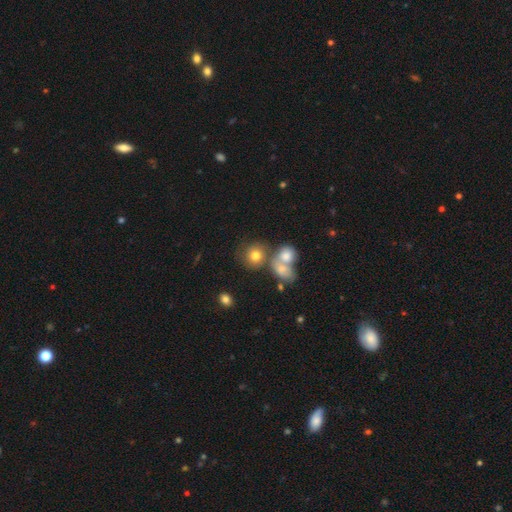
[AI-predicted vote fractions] The model was most divided on "merging": none: 52%, merger: 32%, minor disturbance: 11%, major disturbance: 6%. More confident: how rounded — round (80%); smooth or featured — smooth (74%).